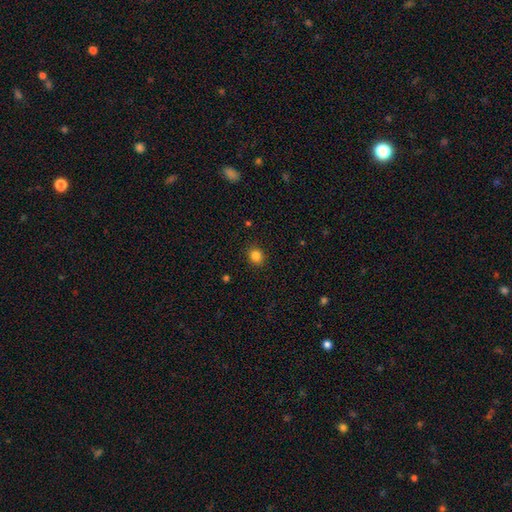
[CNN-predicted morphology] This appears to be a smooth galaxy with no disk features (84%) that is round (73%). Merging: none (90%).